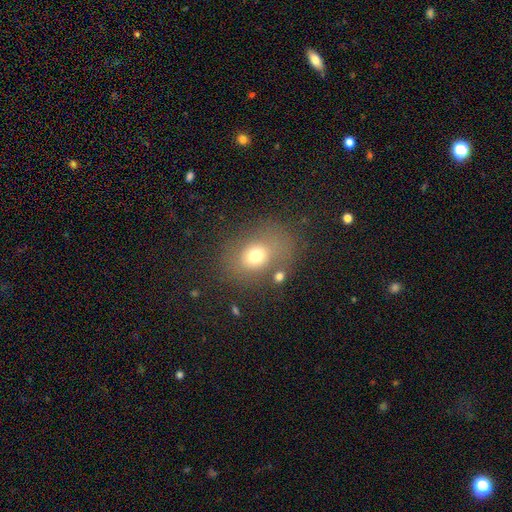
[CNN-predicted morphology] A smooth galaxy with no disk features (70%) that is in between round and cigar-shaped (59%).

Vote fractions:
- Smooth or featured? smooth: 70% / featured or disk: 16% / star or artifact: 14%
- How rounded? in between: 59% / round: 40% / cigar-shaped: 1%
- Merging? none: 65% / minor disturbance: 17% / major disturbance: 11% / merger: 7%